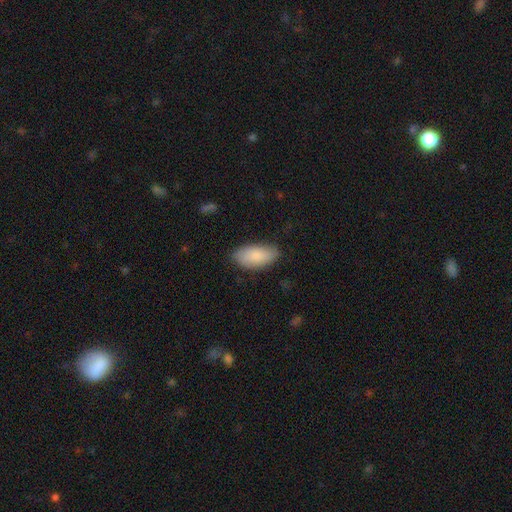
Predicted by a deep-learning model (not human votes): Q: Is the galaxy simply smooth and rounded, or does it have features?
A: smooth — 83%.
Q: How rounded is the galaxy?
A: in between — 93%.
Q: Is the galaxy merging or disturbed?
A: none — 79%.